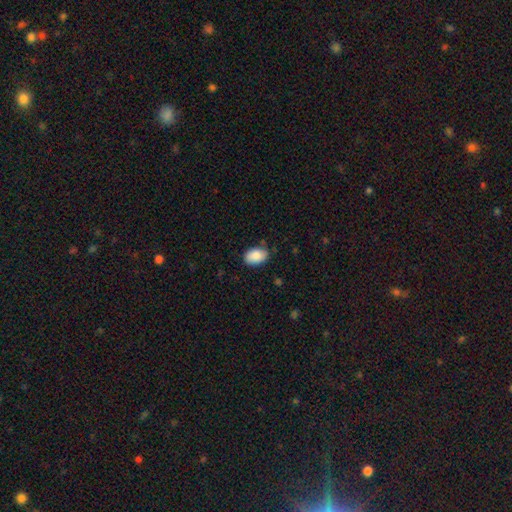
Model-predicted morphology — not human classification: smooth-or-featured: smooth: 88% | star or artifact: 7% | featured or disk: 5%
  how-rounded: in between: 87% | round: 12% | cigar-shaped: 1%
  merging: none: 80% | minor disturbance: 16% | major disturbance: 3% | merger: 1%